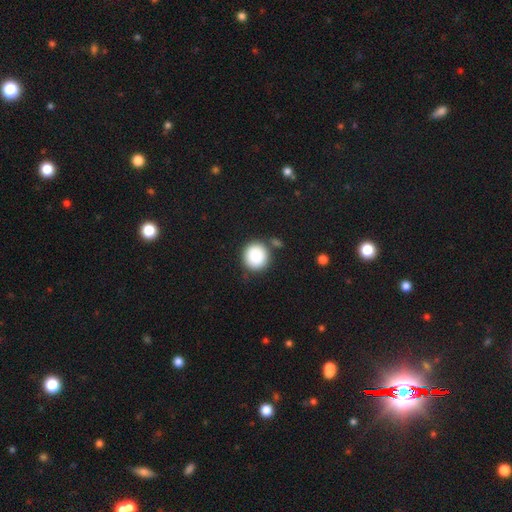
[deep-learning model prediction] A smooth galaxy with no disk features (89%) that is round (91%).

Vote fractions:
- Smooth or featured? smooth: 89% / star or artifact: 8% / featured or disk: 4%
- How rounded? round: 91% / in between: 8% / cigar-shaped: 1%
- Merging? none: 79% / minor disturbance: 10% / merger: 7% / major disturbance: 4%